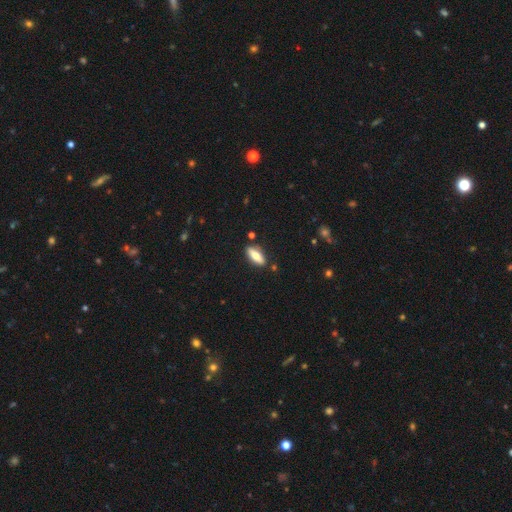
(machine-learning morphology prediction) Overall: smooth (68%). How rounded: in between (70%). Merging: none (85%).